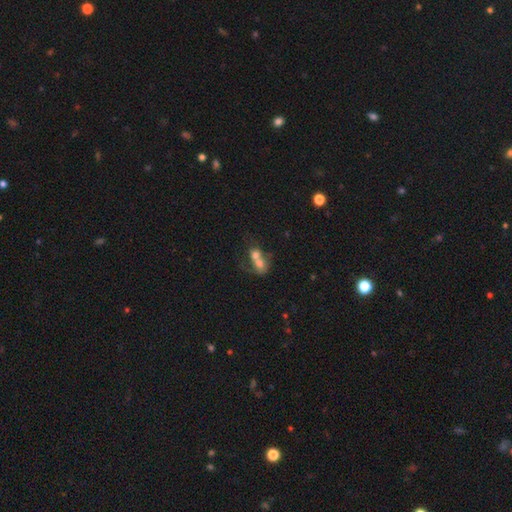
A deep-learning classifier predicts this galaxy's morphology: Smooth or featured?
  - smooth: 63% *
  - featured or disk: 27%
  - star or artifact: 11%
How rounded?
  - in between: 49% * (tied)
  - round: 49% * (tied)
  - cigar-shaped: 2%
Merging?
  - merger: 79% *
  - none: 11%
  - major disturbance: 5%
  - minor disturbance: 5%